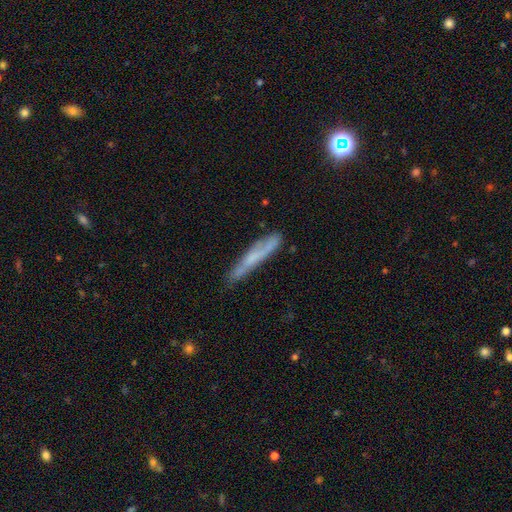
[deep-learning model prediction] Morphology: type=smooth (46%); merging=none (68%).